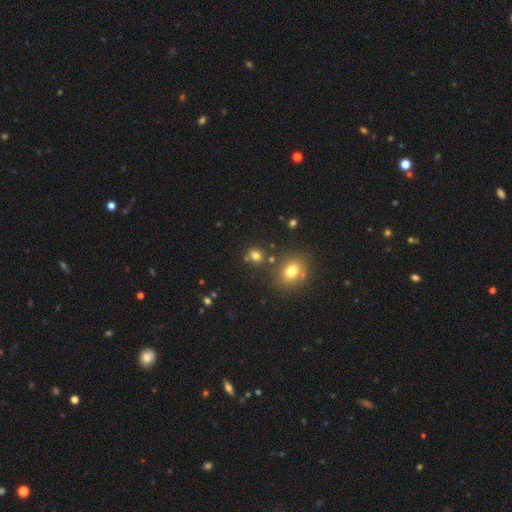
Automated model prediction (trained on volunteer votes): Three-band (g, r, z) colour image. It shows a smooth galaxy with no disk features (76%) that is round (73%). Merging: none (74%).